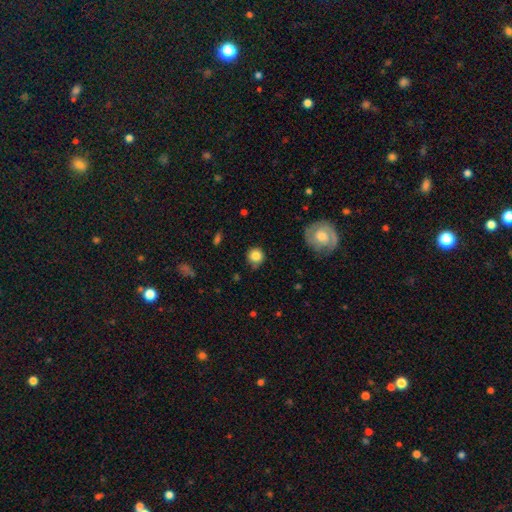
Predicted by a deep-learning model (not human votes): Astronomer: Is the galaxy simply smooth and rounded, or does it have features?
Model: smooth — 83%.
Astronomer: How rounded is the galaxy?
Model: round — 90%.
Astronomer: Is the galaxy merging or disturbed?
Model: none — 76%.